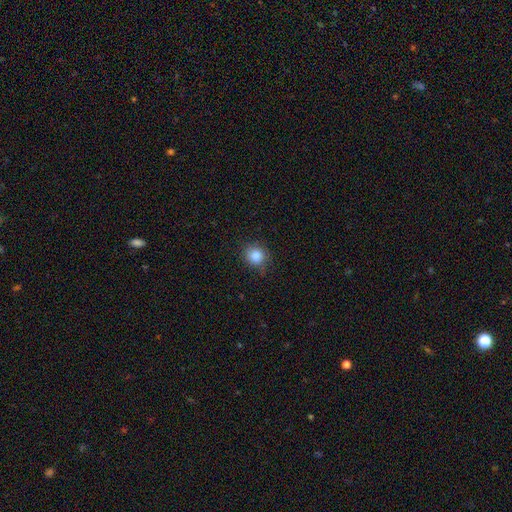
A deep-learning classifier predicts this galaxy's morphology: This is clearly a smooth galaxy (85%). How rounded: clearly round (84%). Merging: likely none (78%).